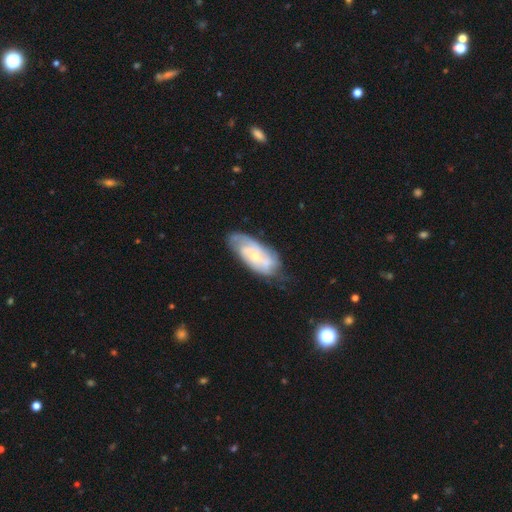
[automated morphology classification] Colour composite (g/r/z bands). It shows a featured or disk galaxy (68%) with no bar (69%), tight (52%) spiral arms (81%) and a small central bulge (65%). Merging: none (59%).